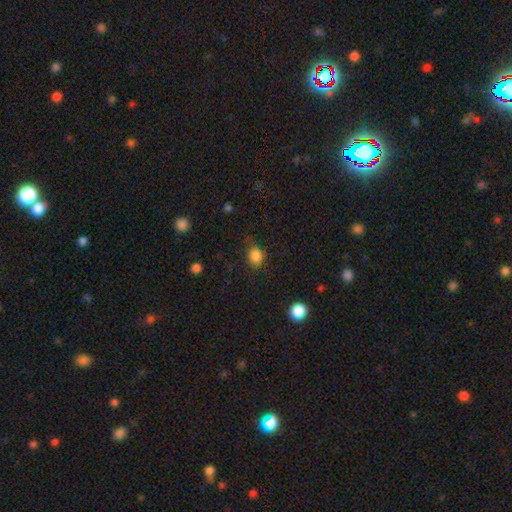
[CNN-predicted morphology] The model was most divided on "how rounded": round: 69%, in between: 30%, cigar-shaped: 1%. More confident: smooth or featured — smooth (83%); merging — none (72%).